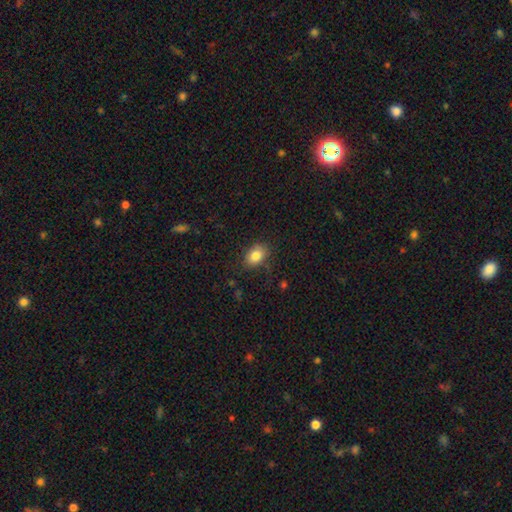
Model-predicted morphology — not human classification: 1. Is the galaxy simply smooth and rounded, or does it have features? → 84% smooth, 9% star or artifact, 7% featured or disk.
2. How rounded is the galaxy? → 78% in between, 21% round, 1% cigar-shaped.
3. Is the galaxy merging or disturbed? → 78% none, 16% minor disturbance, 4% major disturbance, 1% merger.